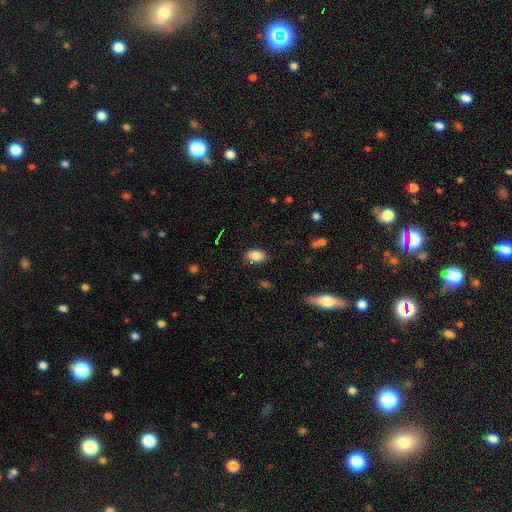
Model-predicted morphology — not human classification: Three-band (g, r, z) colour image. It shows a smooth galaxy with no disk features (86%) that is in between round and cigar-shaped (89%). Merging: none (85%).